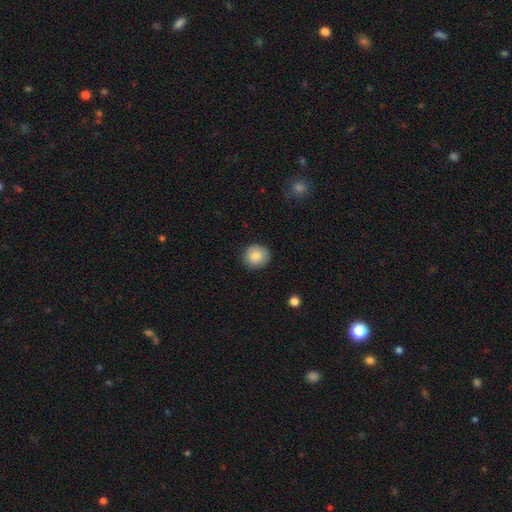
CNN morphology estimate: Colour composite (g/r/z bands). It shows a smooth galaxy with no disk features (85%) that is round (86%). Merging: none (88%).